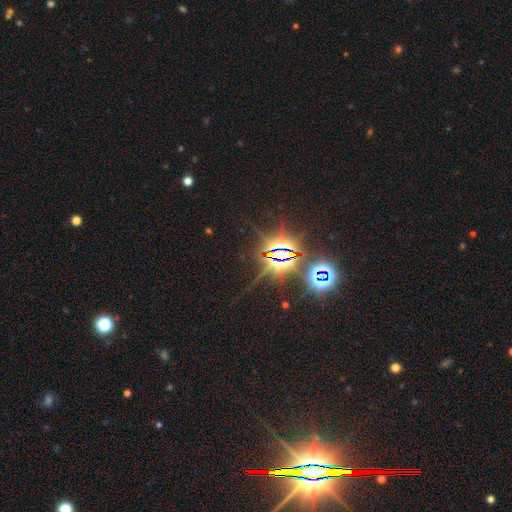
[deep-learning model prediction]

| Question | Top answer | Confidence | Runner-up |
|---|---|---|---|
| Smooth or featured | star or artifact | 84% | smooth (9%) |